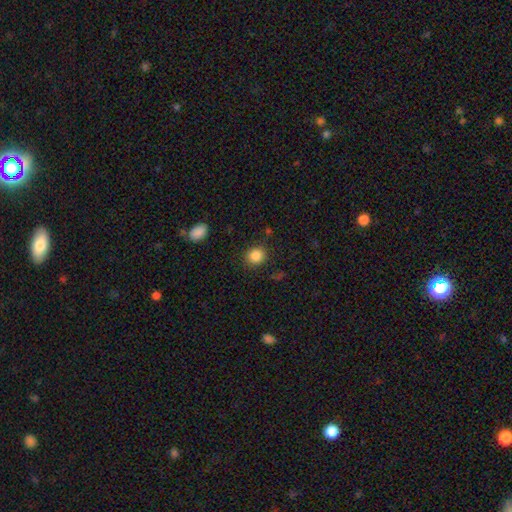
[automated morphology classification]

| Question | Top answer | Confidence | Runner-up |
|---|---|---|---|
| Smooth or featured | smooth | 86% | star or artifact (10%) |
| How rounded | round | 79% | in between (20%) |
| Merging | none | 86% | minor disturbance (9%) |